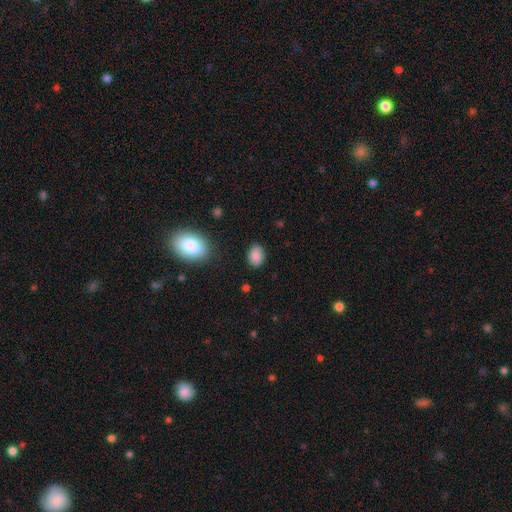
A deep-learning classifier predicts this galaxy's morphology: smooth-or-featured: smooth: 86% | star or artifact: 9% | featured or disk: 5%
  how-rounded: in between: 70% | round: 29% | cigar-shaped: 1%
  merging: none: 85% | minor disturbance: 11% | major disturbance: 3% | merger: 1%